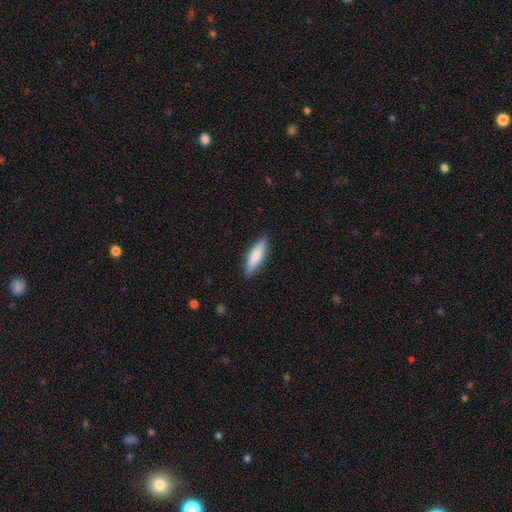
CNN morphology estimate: Smooth or featured: smooth — 75% (featured or disk — 19%)
How rounded: cigar-shaped — 73% (in between — 26%)
Merging: none — 89% (minor disturbance — 9%)